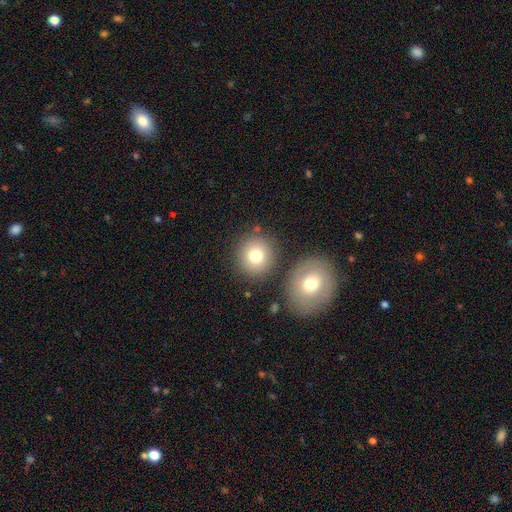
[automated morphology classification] Smooth or featured?
  - smooth: 77% *
  - featured or disk: 12%
  - star or artifact: 10%
How rounded?
  - round: 87% *
  - in between: 12%
  - cigar-shaped: 1%
Merging?
  - none: 77% *
  - merger: 11%
  - minor disturbance: 9%
  - major disturbance: 3%